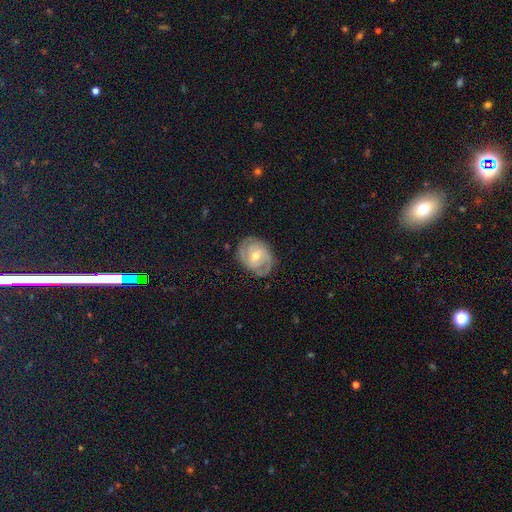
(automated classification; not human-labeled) Smooth or featured? Predicted: featured or disk (p=0.82). Edge-on disk? Predicted: no (p=0.97). Bar? Predicted: no (p=0.45). Spiral arms? Predicted: yes (p=0.95). Spiral winding? Predicted: tight (p=0.62). Spiral arm count? Predicted: 2 (p=0.66). Bulge size? Predicted: moderate (p=0.62). Merging? Predicted: none (p=0.80).